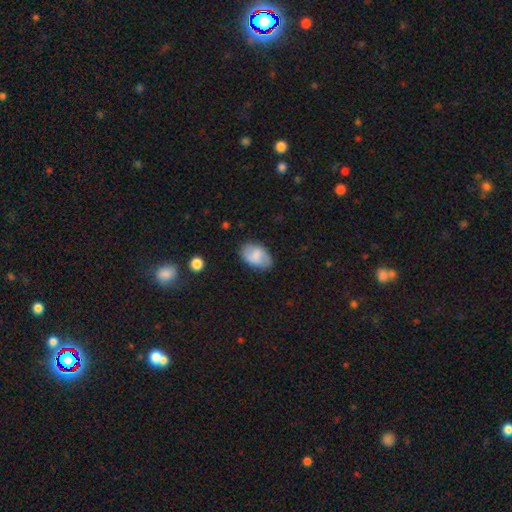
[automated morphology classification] Q: Smooth or featured?
A: smooth (63%); runner-up: featured or disk (29%)
Q: How rounded?
A: in between (90%); runner-up: round (9%)
Q: Merging?
A: none (80%); runner-up: minor disturbance (15%)